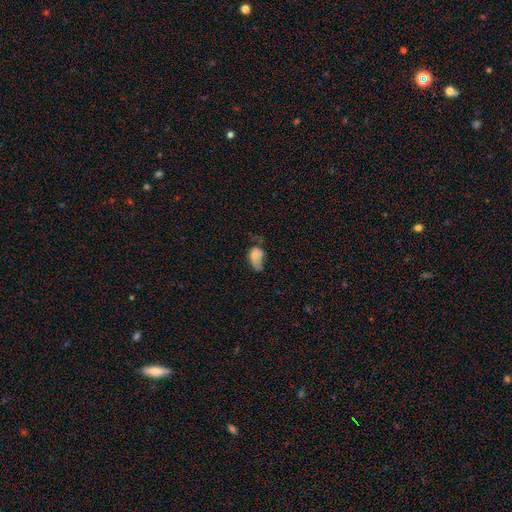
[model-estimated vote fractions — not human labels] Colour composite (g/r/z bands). It shows a smooth galaxy with no disk features (67%) that is in between round and cigar-shaped (88%). Merging: major disturbance (42%).